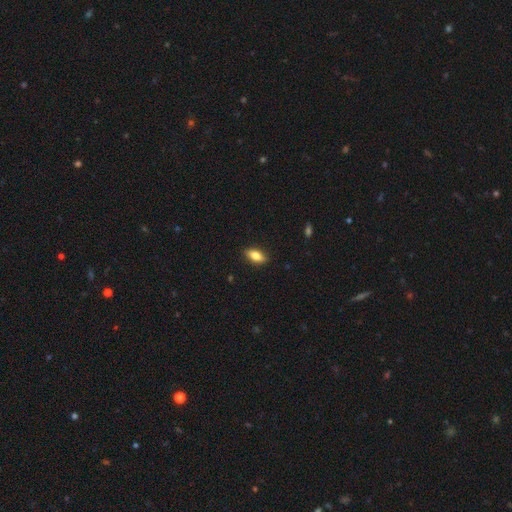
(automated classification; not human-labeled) smooth_or_featured: smooth (p=0.79) [alt: featured or disk p=0.13]
how_rounded: in between (p=0.84) [alt: cigar-shaped p=0.12]
merging: none (p=0.88) [alt: minor disturbance p=0.09]